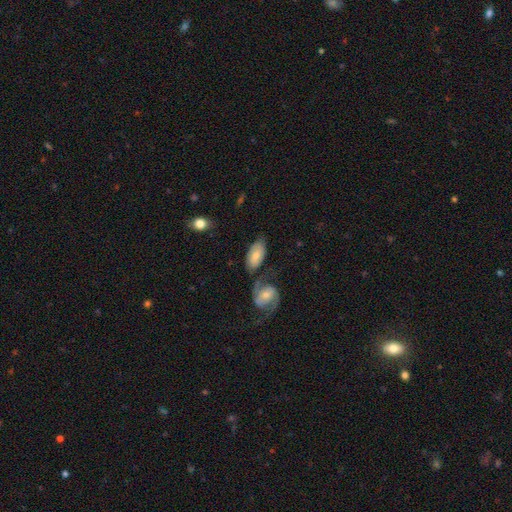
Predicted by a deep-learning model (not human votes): Smooth or featured?
  - smooth: 54% *
  - featured or disk: 40%
  - star or artifact: 7%
How rounded?
  - in between: 92% *
  - round: 4%
  - cigar-shaped: 3%
Merging?
  - none: 47% *
  - merger: 27%
  - minor disturbance: 18%
  - major disturbance: 8%